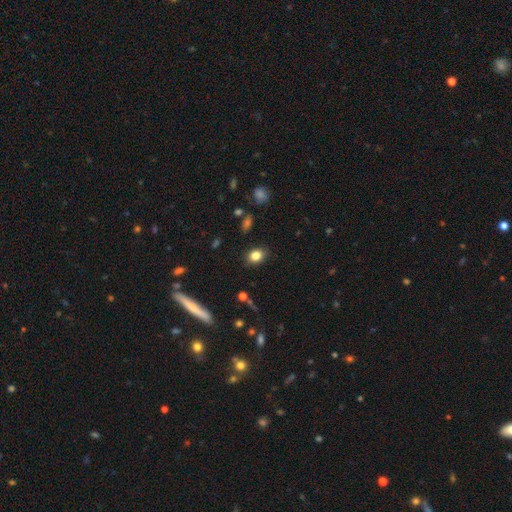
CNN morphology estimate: smooth_or_featured: smooth (p=0.83) [alt: star or artifact p=0.10]
how_rounded: in between (p=0.65) [alt: round p=0.33]
merging: none (p=0.86) [alt: minor disturbance p=0.10]